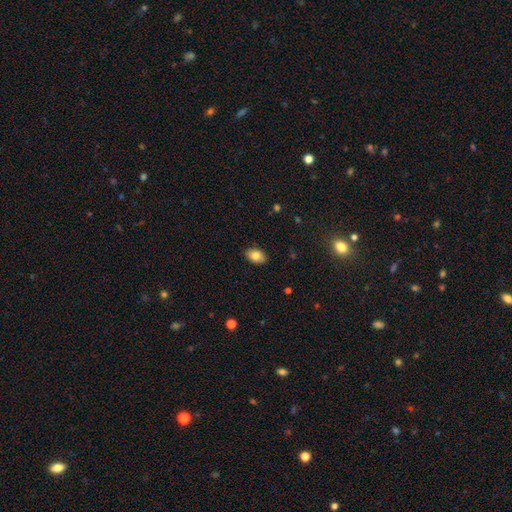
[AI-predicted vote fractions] Smooth or featured?
  - smooth: 81% *
  - featured or disk: 11%
  - star or artifact: 8%
How rounded?
  - in between: 88% *
  - round: 10%
  - cigar-shaped: 1%
Merging?
  - none: 88% *
  - minor disturbance: 10%
  - major disturbance: 2%
  - merger: 1%